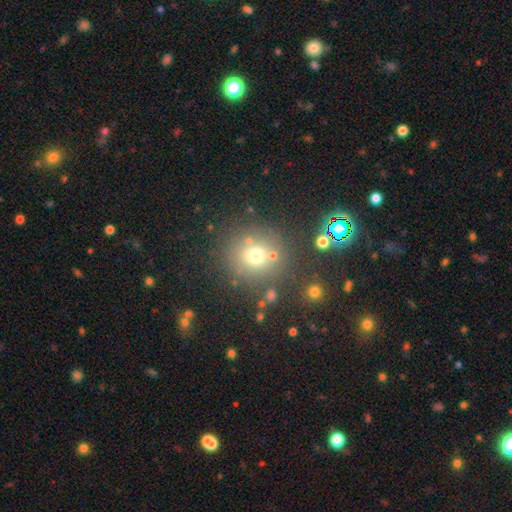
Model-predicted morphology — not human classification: A smooth galaxy with no disk features (68%) that is round (89%). Merging: none (77%).